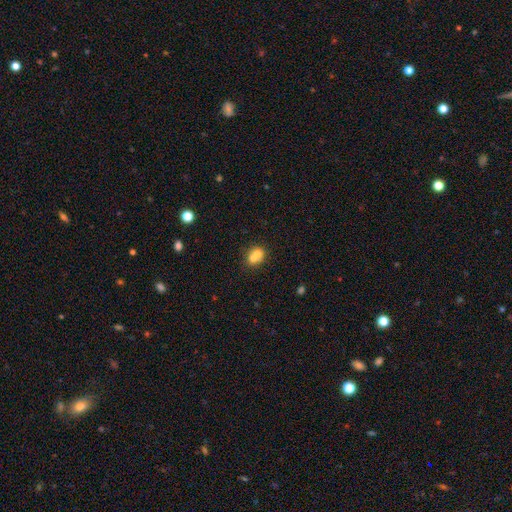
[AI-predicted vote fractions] smooth_or_featured: smooth (p=0.67) [alt: featured or disk p=0.22]
how_rounded: round (p=0.73) [alt: in between p=0.26]
merging: merger (p=0.62) [alt: none p=0.29]